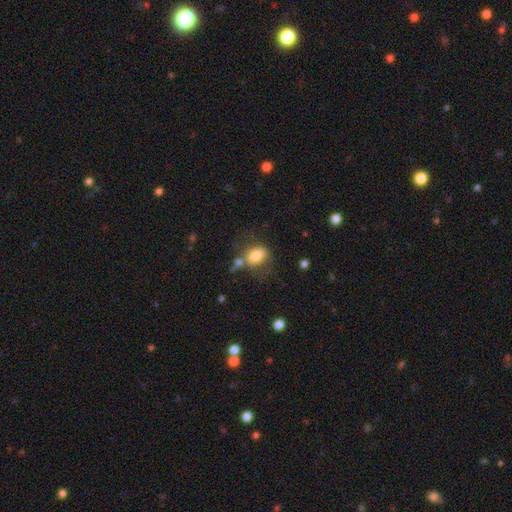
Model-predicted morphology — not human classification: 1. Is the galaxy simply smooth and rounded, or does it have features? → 76% smooth, 15% featured or disk, 9% star or artifact.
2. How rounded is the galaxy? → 68% in between, 31% round, 1% cigar-shaped.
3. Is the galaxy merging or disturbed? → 51% none, 21% minor disturbance, 17% merger, 12% major disturbance.